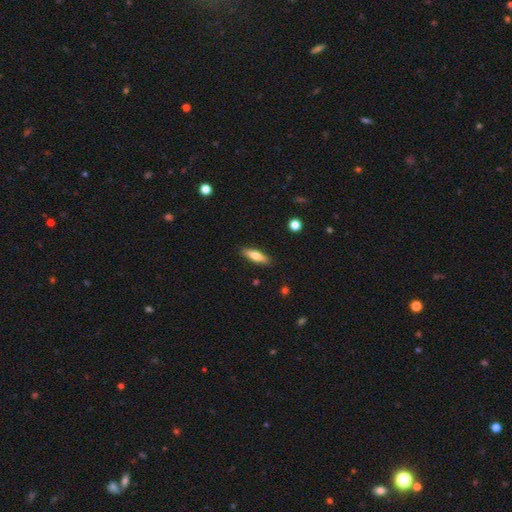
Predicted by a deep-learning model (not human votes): smooth_or_featured: smooth (p=0.68) [alt: featured or disk p=0.25]
how_rounded: cigar-shaped (p=0.59) [alt: in between p=0.39]
merging: none (p=0.89) [alt: minor disturbance p=0.08]